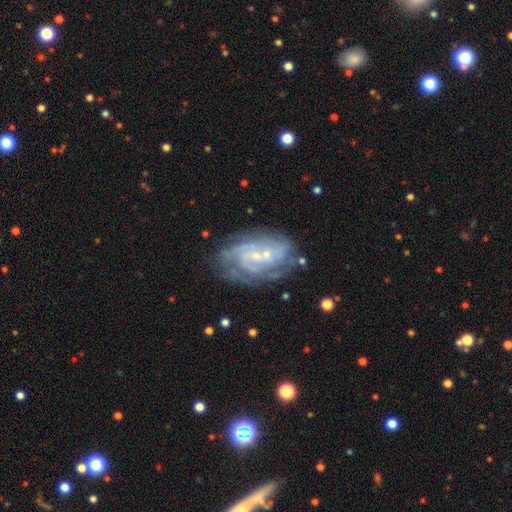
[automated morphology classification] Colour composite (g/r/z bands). It shows a featured or disk galaxy (83%) with no bar (60%), tight (64%) spiral arms (93%) and a small central bulge (81%). Merging: none (69%).